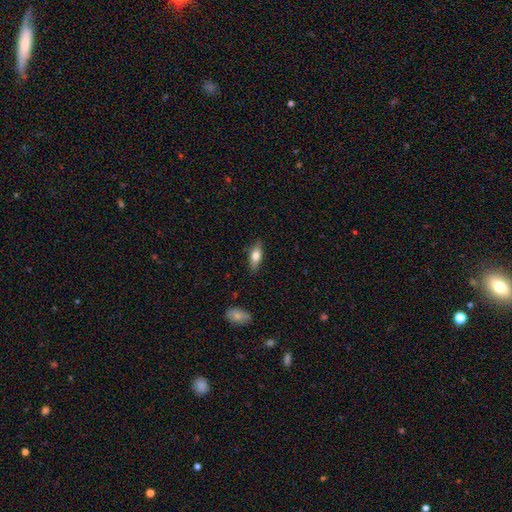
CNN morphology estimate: The model was most divided on "how rounded": in between: 68%, cigar-shaped: 28%, round: 3%. More confident: merging — none (84%); smooth or featured — smooth (68%).